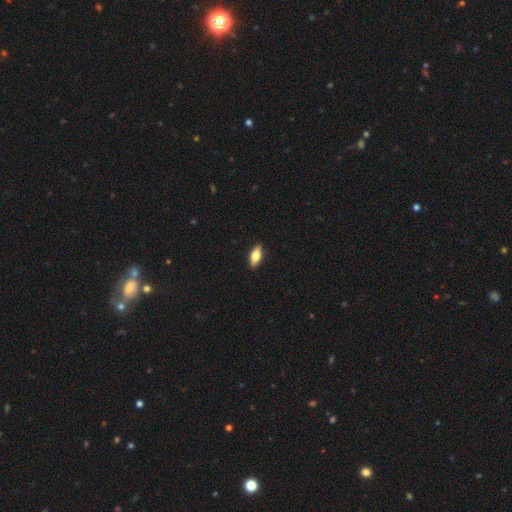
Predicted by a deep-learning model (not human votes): A smooth galaxy with no disk features (67%) that is in between round and cigar-shaped (78%). Merging: none (90%).